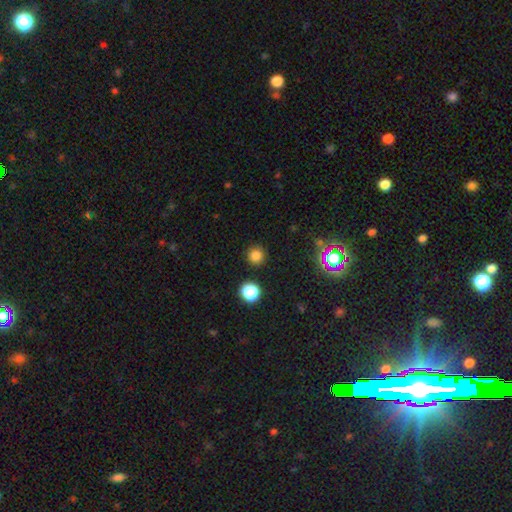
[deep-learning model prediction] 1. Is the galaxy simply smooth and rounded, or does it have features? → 79% smooth, 17% star or artifact, 4% featured or disk.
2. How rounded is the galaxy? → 94% round, 5% in between, 1% cigar-shaped.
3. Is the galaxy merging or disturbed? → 90% none, 6% minor disturbance, 2% major disturbance, 2% merger.